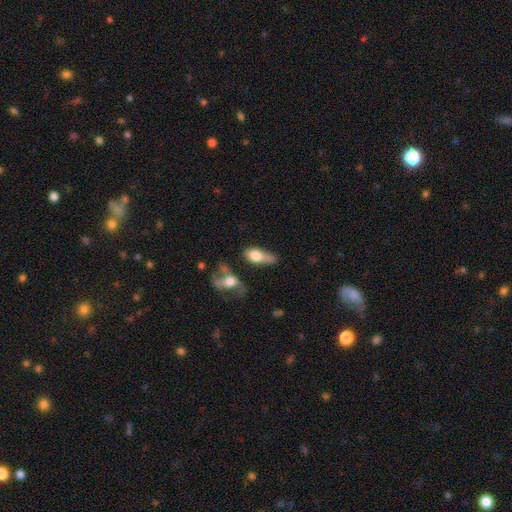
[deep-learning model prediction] Q: Smooth or featured?
A: smooth (68%); runner-up: featured or disk (24%)
Q: How rounded?
A: in between (78%); runner-up: cigar-shaped (12%)
Q: Merging?
A: merger (29%); runner-up: none (24%)